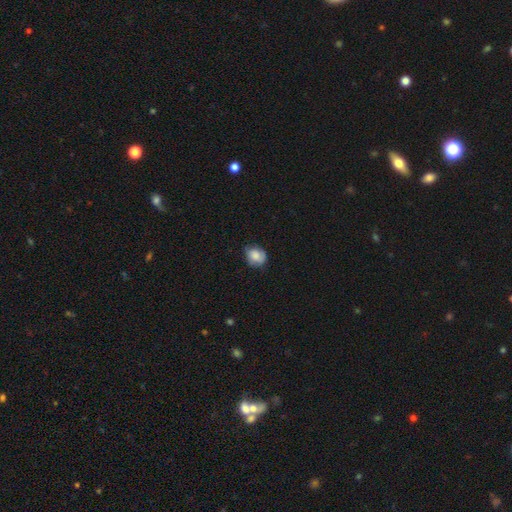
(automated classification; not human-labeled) Smooth or featured: smooth — 77% (featured or disk — 15%)
How rounded: round — 61% (in between — 38%)
Merging: none — 63% (minor disturbance — 28%)